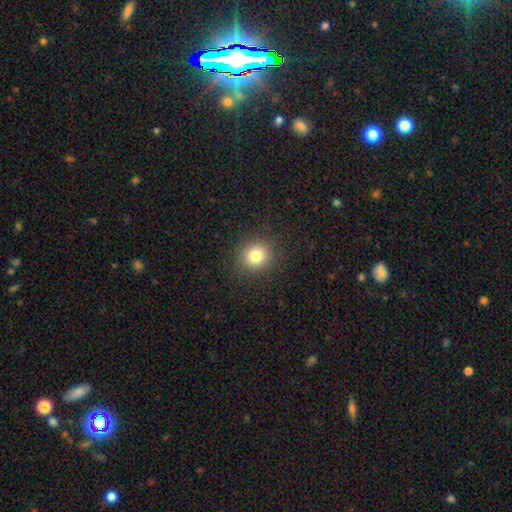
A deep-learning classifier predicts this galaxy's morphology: Smooth or featured? smooth (81%)
How rounded? round (86%)
Merging? none (90%)